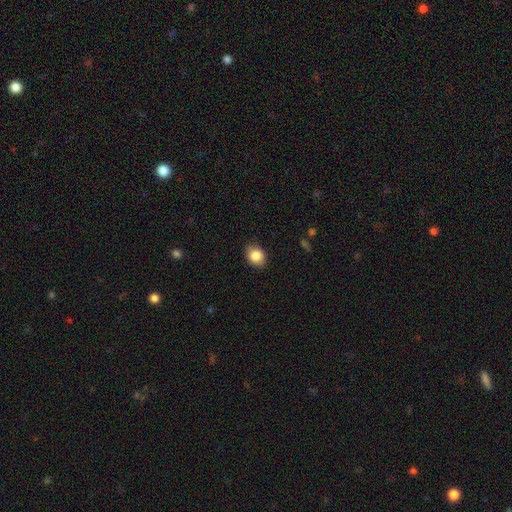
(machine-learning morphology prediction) This is clearly a smooth galaxy (85%). How rounded: likely in between (60%). Merging: clearly none (86%).